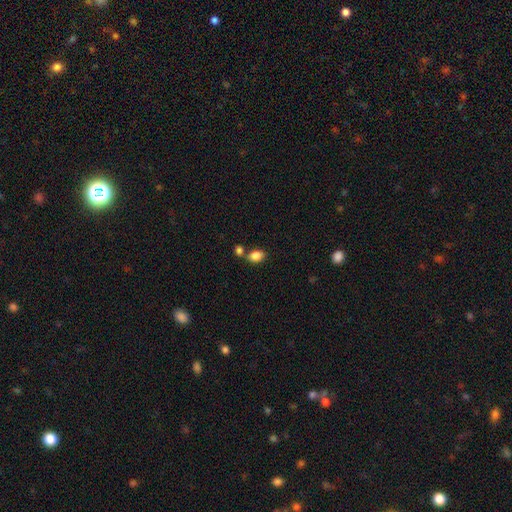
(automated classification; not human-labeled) smooth_or_featured: smooth (p=0.86) [alt: star or artifact p=0.09]
how_rounded: in between (p=0.83) [alt: round p=0.16]
merging: none (p=0.59) [alt: merger p=0.26]